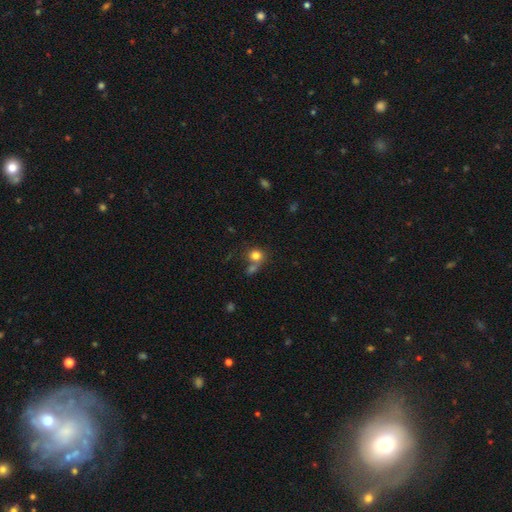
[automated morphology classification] type=smooth (79%); roundness=round (83%); merging=none (51%).